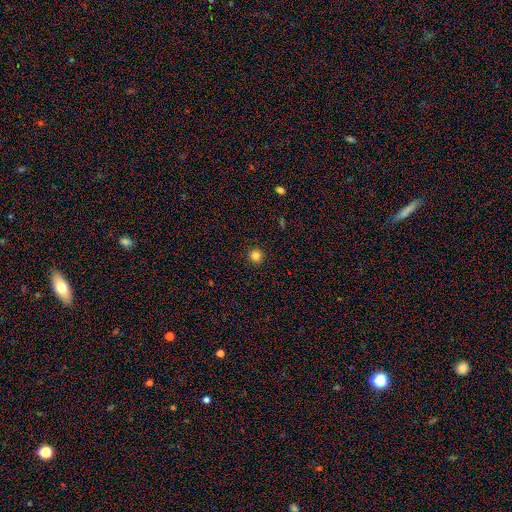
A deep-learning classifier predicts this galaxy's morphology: Smooth or featured? smooth (83%)
How rounded? round (95%)
Merging? none (93%)